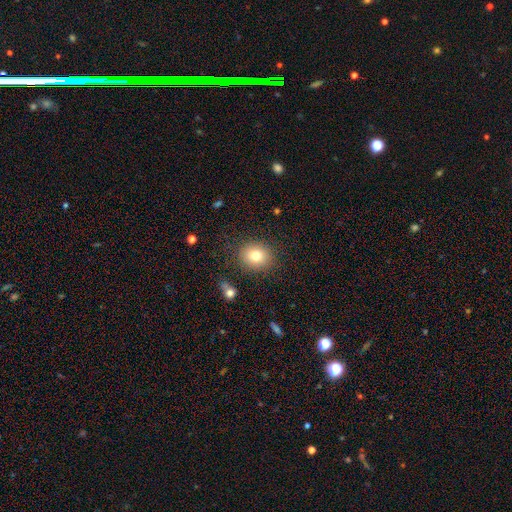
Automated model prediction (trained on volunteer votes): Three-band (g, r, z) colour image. It shows a smooth galaxy with no disk features (79%) that is round (72%). Merging: none (85%).